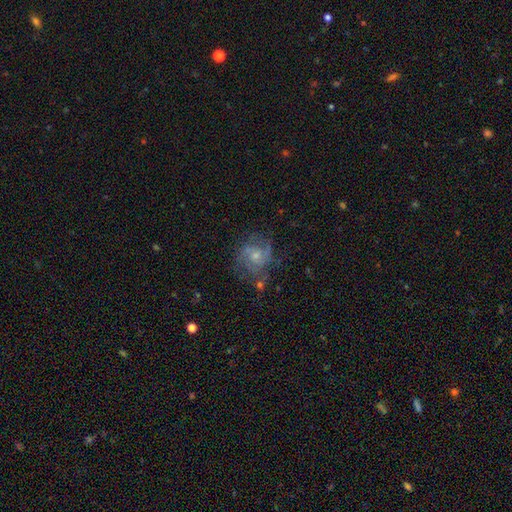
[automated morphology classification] smooth-or-featured: featured or disk: 70% | smooth: 21% | star or artifact: 9%
  disk-edge-on: no: 98% | yes: 2%
    bar: no: 69% | weak: 27% | strong: 4%
    has-spiral-arms: yes: 86% | no: 14%
      spiral-winding: medium: 47% | tight: 34% | loose: 19%
      spiral-arm-count: 2: 38% | can't tell: 28% | 3: 20% | 4: 6% | 1: 5% | more than 4: 4%
    bulge-size: small: 57% | moderate: 35% | none: 4% | large: 2% | dominant: 1%
  merging: none: 58% | minor disturbance: 22% | major disturbance: 16% | merger: 4%